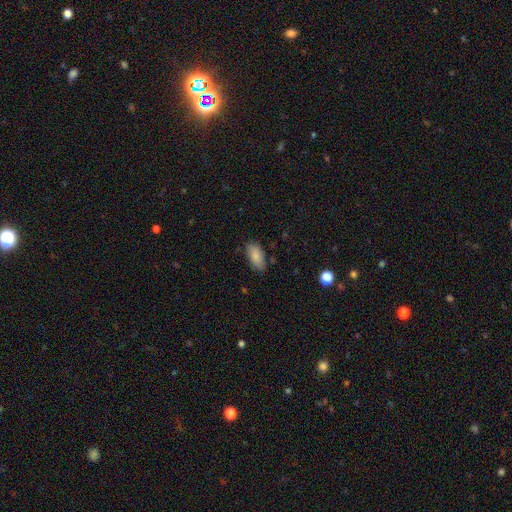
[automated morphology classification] The model was most divided on "merging": none: 78%, minor disturbance: 17%, major disturbance: 3%, merger: 2%. More confident: how rounded — in between (91%); smooth or featured — smooth (85%).